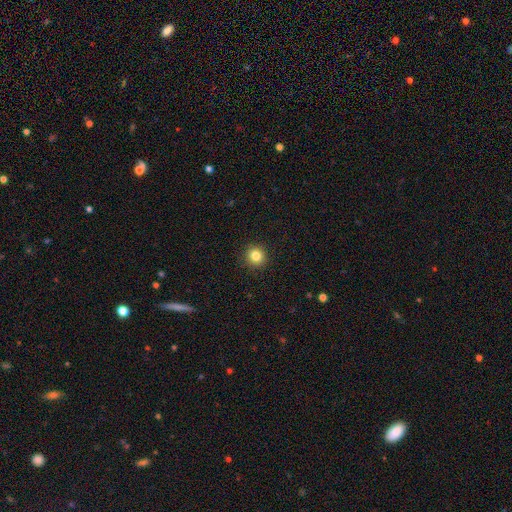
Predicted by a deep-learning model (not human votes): Q: Smooth or featured?
A: smooth (84%); runner-up: star or artifact (11%)
Q: How rounded?
A: round (92%); runner-up: in between (7%)
Q: Merging?
A: none (92%); runner-up: minor disturbance (6%)